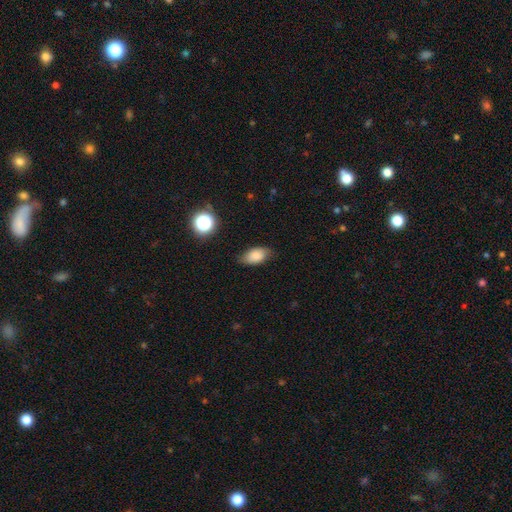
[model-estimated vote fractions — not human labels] smooth 83%, star or artifact 9%, featured or disk 8%. Down the decision tree: how rounded — in between (90%); merging — none (76%).